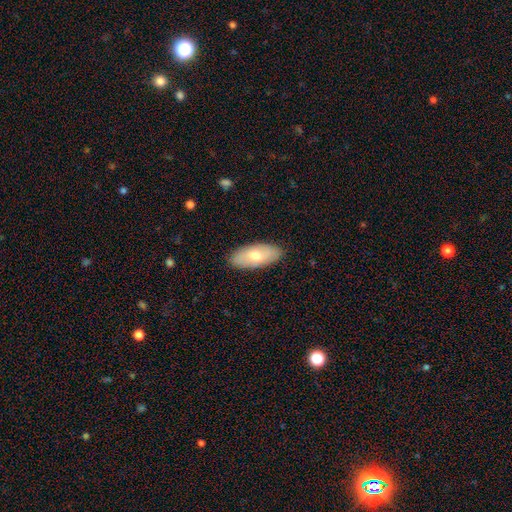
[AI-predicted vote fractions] A smooth galaxy with no disk features (67%) that is in between round and cigar-shaped (89%).

Vote fractions:
- Smooth or featured? smooth: 67% / featured or disk: 27% / star or artifact: 6%
- How rounded? in between: 89% / cigar-shaped: 9% / round: 2%
- Merging? none: 88% / minor disturbance: 9% / major disturbance: 2% / merger: 1%